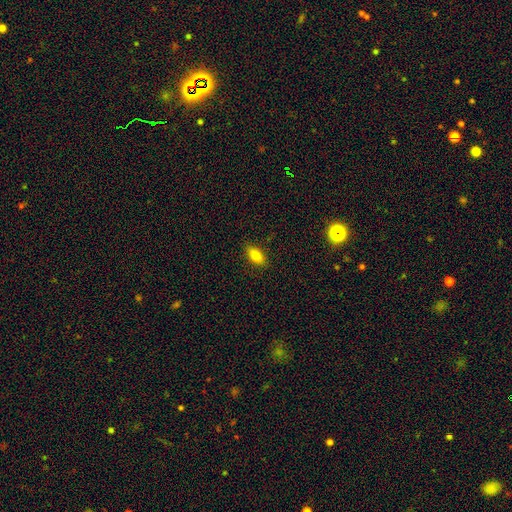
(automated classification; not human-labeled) Q: Smooth or featured?
A: smooth (80%); runner-up: featured or disk (11%)
Q: How rounded?
A: in between (84%); runner-up: cigar-shaped (12%)
Q: Merging?
A: none (87%); runner-up: minor disturbance (10%)